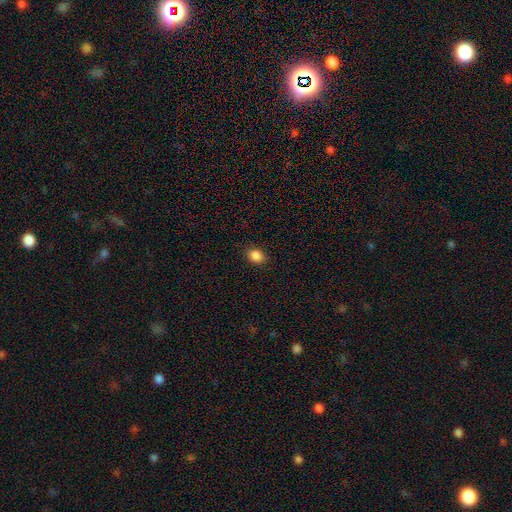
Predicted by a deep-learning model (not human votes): Smooth or featured? smooth (86%)
How rounded? in between (52%)
Merging? none (88%)